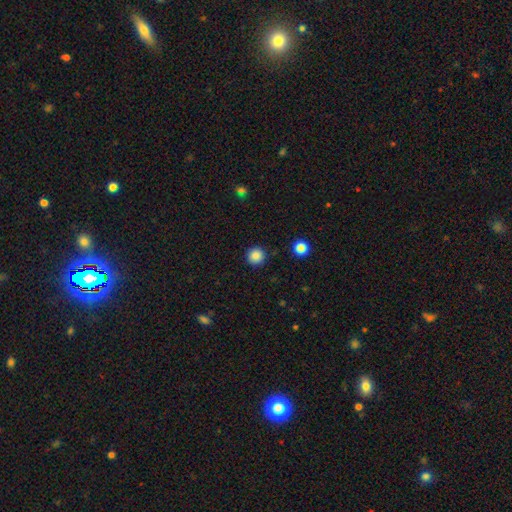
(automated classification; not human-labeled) A smooth galaxy with no disk features (86%) that is round (95%).

Vote fractions:
- Smooth or featured? smooth: 86% / star or artifact: 11% / featured or disk: 3%
- How rounded? round: 95% / in between: 4% / cigar-shaped: 1%
- Merging? none: 91% / minor disturbance: 6% / major disturbance: 2% / merger: 1%